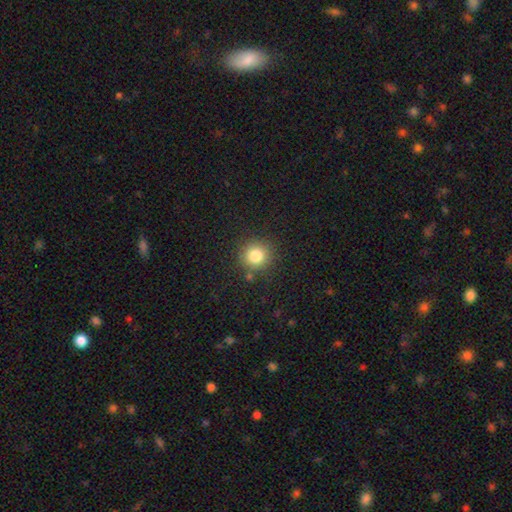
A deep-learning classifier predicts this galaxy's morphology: This is clearly a smooth galaxy (82%). How rounded: clearly round (92%). Merging: clearly none (85%).